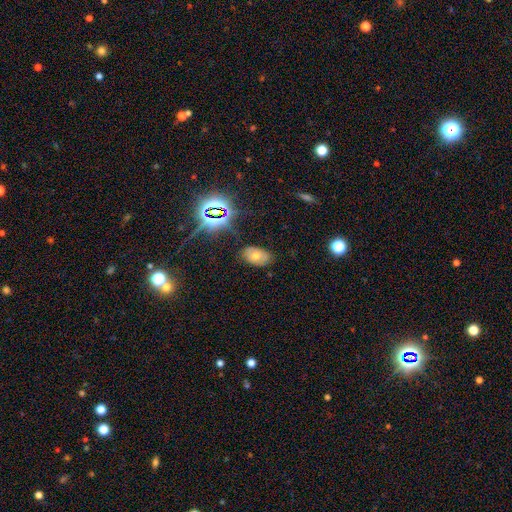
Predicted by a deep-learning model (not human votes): Smooth or featured? Predicted: smooth (p=0.41). Merging? Predicted: none (p=0.81).